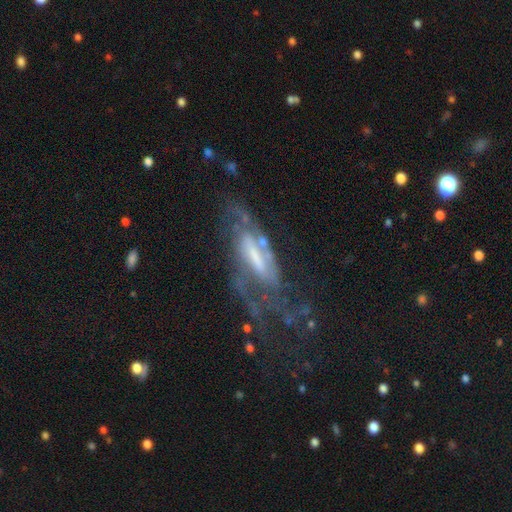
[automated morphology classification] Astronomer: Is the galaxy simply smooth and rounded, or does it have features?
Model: featured or disk — 79%.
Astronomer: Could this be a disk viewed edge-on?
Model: no — 85%.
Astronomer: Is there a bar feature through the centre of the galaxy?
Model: strong — 45% (runner-up: weak, 36%).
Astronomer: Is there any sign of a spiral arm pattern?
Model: yes — 87%.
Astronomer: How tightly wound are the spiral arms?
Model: medium — 45% (runner-up: tight, 30%).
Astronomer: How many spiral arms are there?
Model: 2 — 56%.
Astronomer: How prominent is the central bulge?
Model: moderate — 33% (runner-up: small, 29%).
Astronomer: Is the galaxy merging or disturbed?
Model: none — 46% (runner-up: major disturbance, 29%).